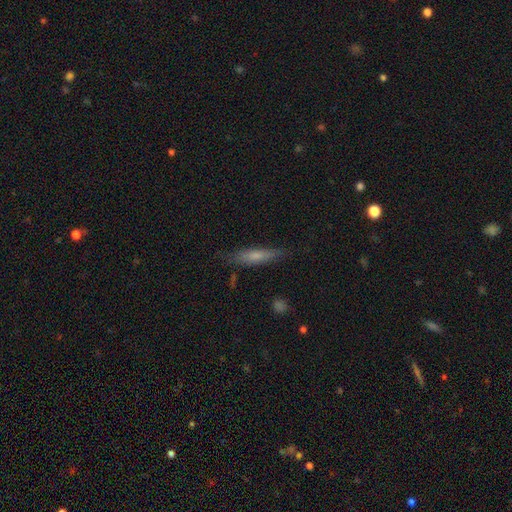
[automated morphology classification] Smooth or featured?
  - smooth: 62% *
  - featured or disk: 30%
  - star or artifact: 8%
How rounded?
  - cigar-shaped: 82% *
  - in between: 16%
  - round: 2%
Merging?
  - none: 79% *
  - minor disturbance: 16%
  - major disturbance: 4%
  - merger: 2%